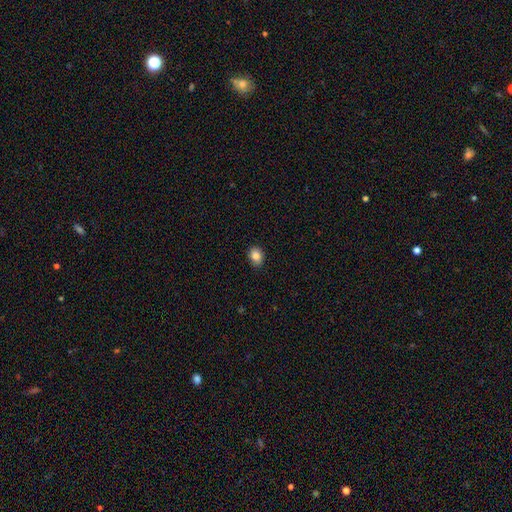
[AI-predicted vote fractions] A smooth galaxy with no disk features (86%) that is in between round and cigar-shaped (56%).

Vote fractions:
- Smooth or featured? smooth: 86% / star or artifact: 9% / featured or disk: 5%
- How rounded? in between: 56% / round: 43% / cigar-shaped: 1%
- Merging? none: 85% / minor disturbance: 12% / major disturbance: 2% / merger: 1%